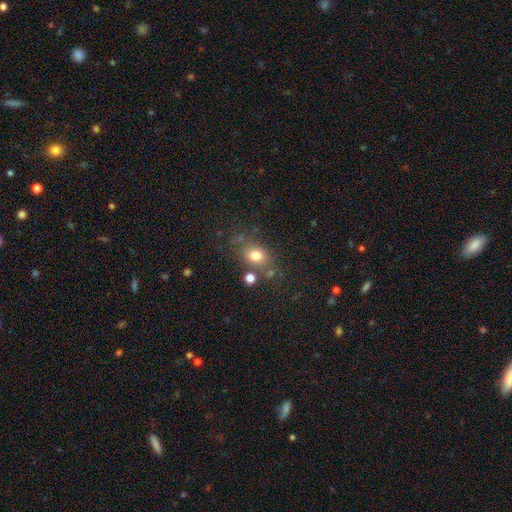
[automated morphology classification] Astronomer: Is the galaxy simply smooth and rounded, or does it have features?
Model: smooth — 76%.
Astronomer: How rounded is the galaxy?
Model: in between — 50% (runner-up: round, 48%).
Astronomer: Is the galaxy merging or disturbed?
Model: none — 67%.